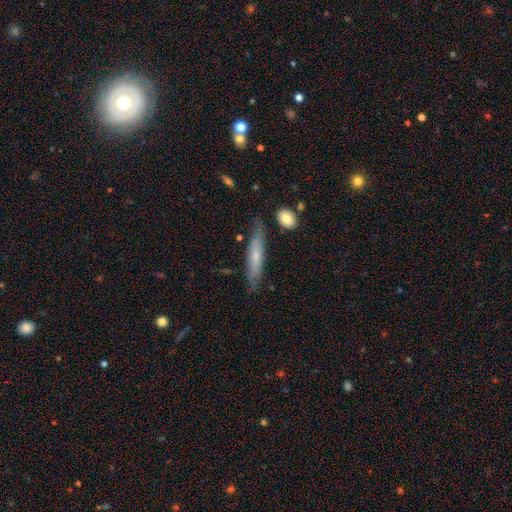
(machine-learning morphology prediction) Q: Smooth or featured?
A: smooth (55%); runner-up: featured or disk (38%)
Q: How rounded?
A: cigar-shaped (86%); runner-up: in between (12%)
Q: Merging?
A: none (78%); runner-up: minor disturbance (16%)